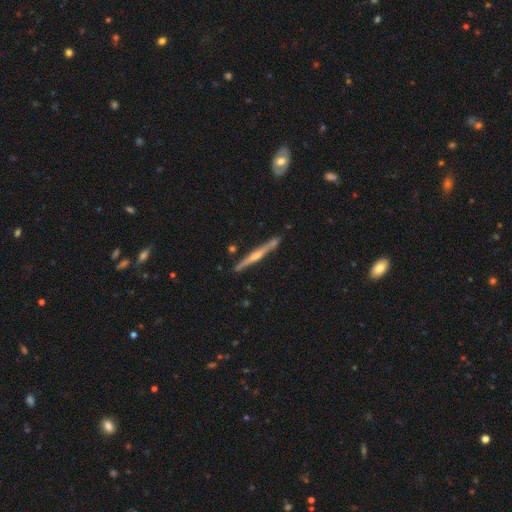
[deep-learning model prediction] A featured or disk galaxy (75%) viewed edge-on (98%) with a rounded central bulge (70%). Merging: none (87%).